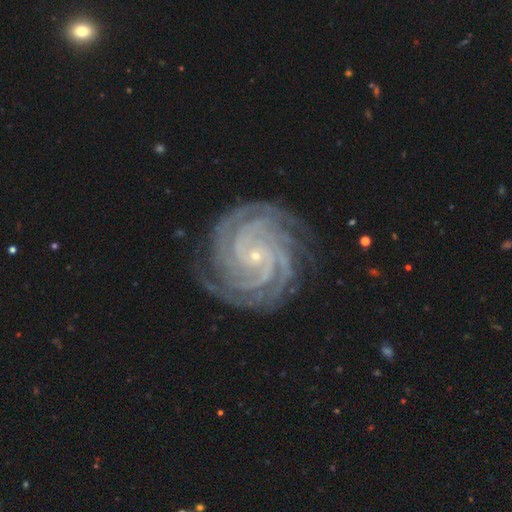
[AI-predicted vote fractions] A featured or disk galaxy (93%) with no bar (71%), 4 (30%) tight (85%) spiral arms (99%) and a small central bulge (89%).

Vote fractions:
- Smooth or featured? featured or disk: 93% / star or artifact: 5% / smooth: 2%
- Edge-on disk? no: 98% / yes: 2%
- Bar? no: 71% / weak: 18% / strong: 11%
- Spiral arms? yes: 99% / no: 1%
- Spiral winding? tight: 85% / medium: 13% / loose: 2%
- Spiral arm count? 4: 30% / more than 4: 22% / 3: 16% / can't tell: 12% / 2: 11% / 1: 9%
- Bulge size? small: 89% / moderate: 7% / none: 1% / large: 1% / dominant: 1%
- Merging? none: 82% / minor disturbance: 13% / major disturbance: 3% / merger: 1%